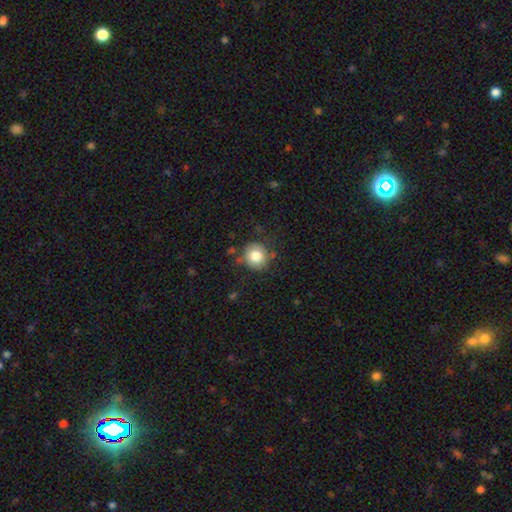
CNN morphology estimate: Smooth or featured? Predicted: smooth (p=0.81). How rounded? Predicted: round (p=0.90). Merging? Predicted: none (p=0.79).